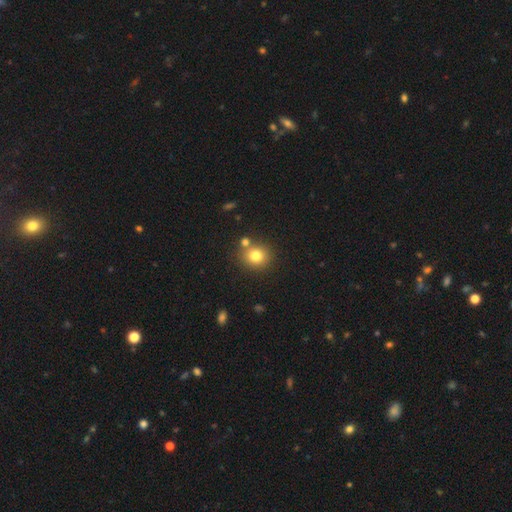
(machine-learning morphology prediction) A smooth galaxy with no disk features (78%) that is round (82%). Merging: none (72%).